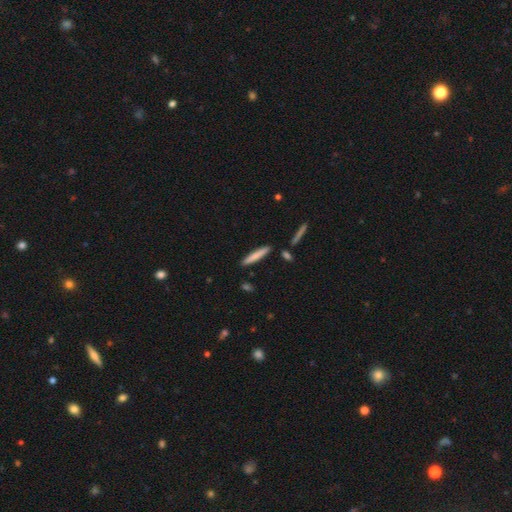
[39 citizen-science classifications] A smooth galaxy with no disk features (79%) that is cigar-shaped (100%). Merging: none (95%).